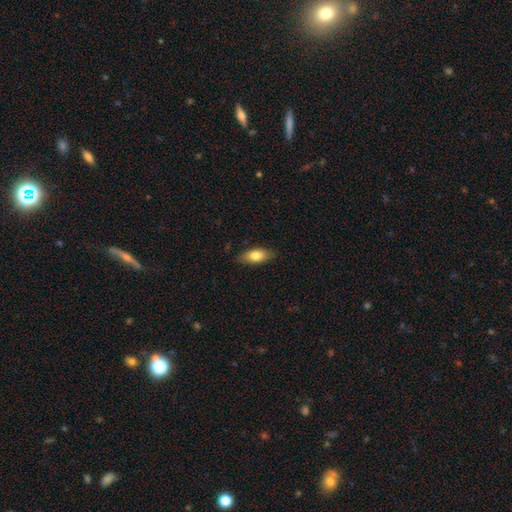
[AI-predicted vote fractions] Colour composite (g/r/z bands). It shows a smooth galaxy with no disk features (77%) that is in between round and cigar-shaped (82%). Merging: none (85%).